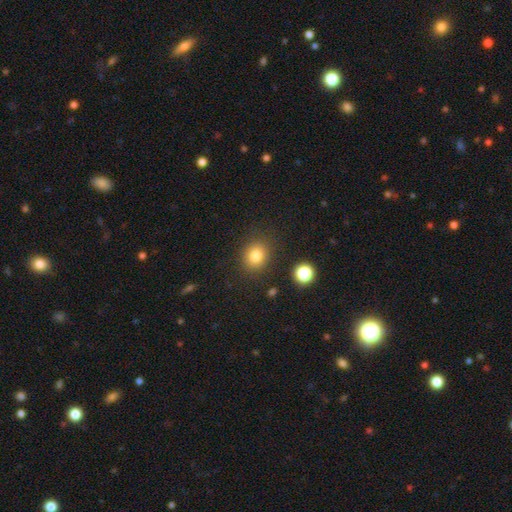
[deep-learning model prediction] Smooth or featured?
  - smooth: 82% *
  - star or artifact: 12%
  - featured or disk: 6%
How rounded?
  - round: 68% *
  - in between: 31%
  - cigar-shaped: 1%
Merging?
  - none: 84% *
  - minor disturbance: 10%
  - major disturbance: 4%
  - merger: 3%